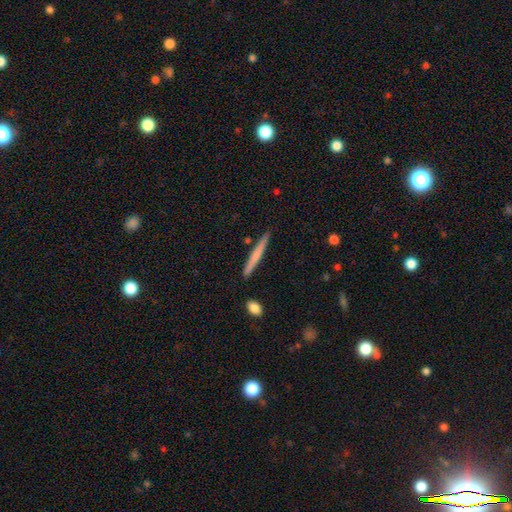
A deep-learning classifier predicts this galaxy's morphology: A smooth galaxy with no disk features (63%) that is cigar-shaped (96%). Merging: none (89%).